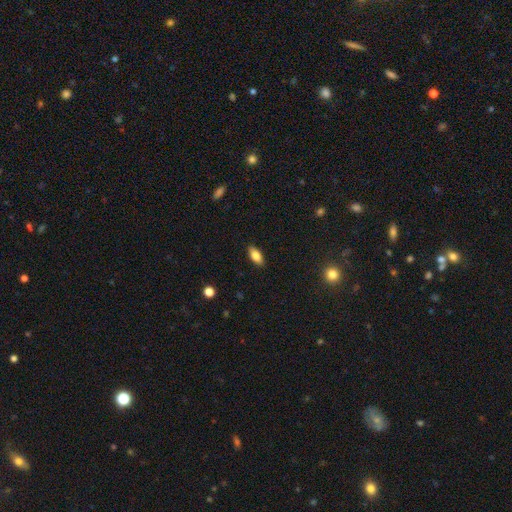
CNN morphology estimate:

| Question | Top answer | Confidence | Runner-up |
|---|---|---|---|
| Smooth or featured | smooth | 83% | featured or disk (10%) |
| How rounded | in between | 88% | cigar-shaped (9%) |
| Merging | none | 89% | minor disturbance (9%) |